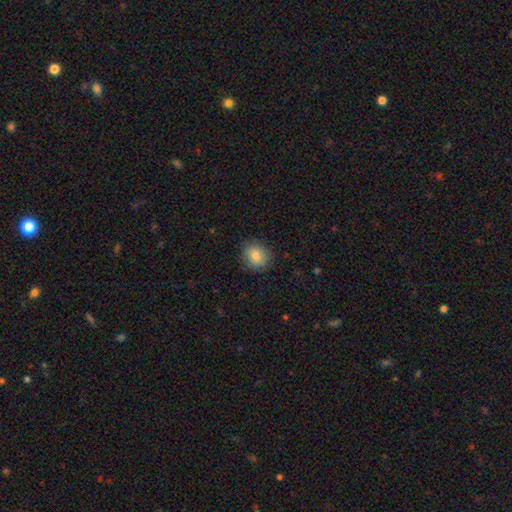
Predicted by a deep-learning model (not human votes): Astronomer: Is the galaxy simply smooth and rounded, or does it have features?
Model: smooth — 80%.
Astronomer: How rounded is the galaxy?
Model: round — 73%.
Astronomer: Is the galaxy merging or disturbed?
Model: none — 84%.